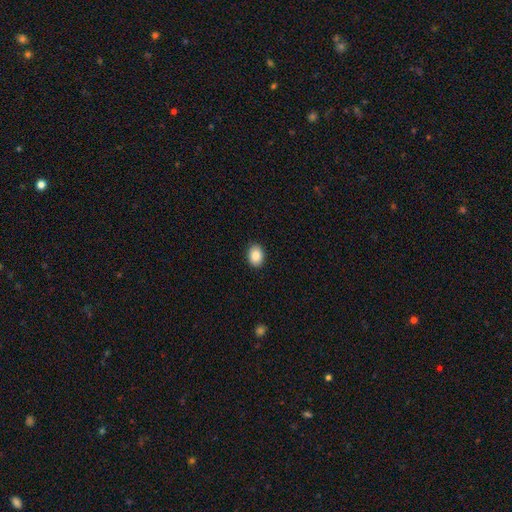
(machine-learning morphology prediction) Smooth or featured: smooth — 88% (star or artifact — 8%)
How rounded: in between — 73% (round — 26%)
Merging: none — 90% (minor disturbance — 7%)